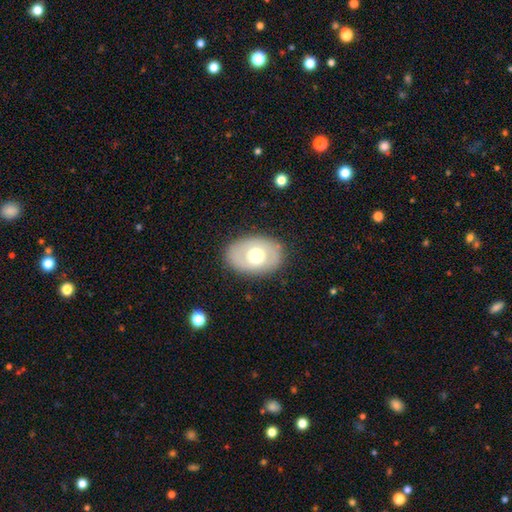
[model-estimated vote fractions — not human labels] smooth 55%, featured or disk 38%, star or artifact 7%. Down the decision tree: how rounded — in between (80%); merging — none (83%).